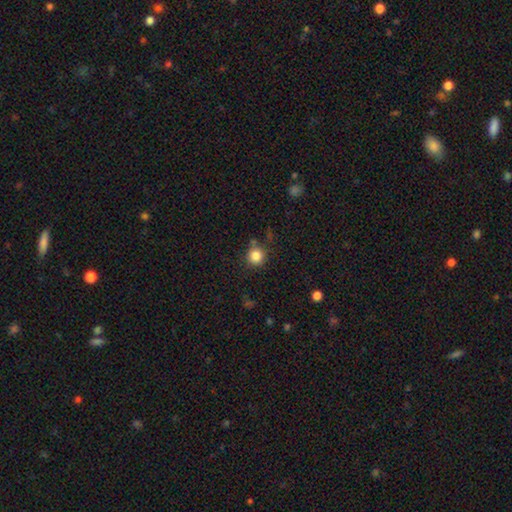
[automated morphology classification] smooth-or-featured: smooth: 84% | star or artifact: 11% | featured or disk: 5%
  how-rounded: round: 93% | in between: 6% | cigar-shaped: 1%
  merging: none: 81% | minor disturbance: 10% | merger: 6% | major disturbance: 3%